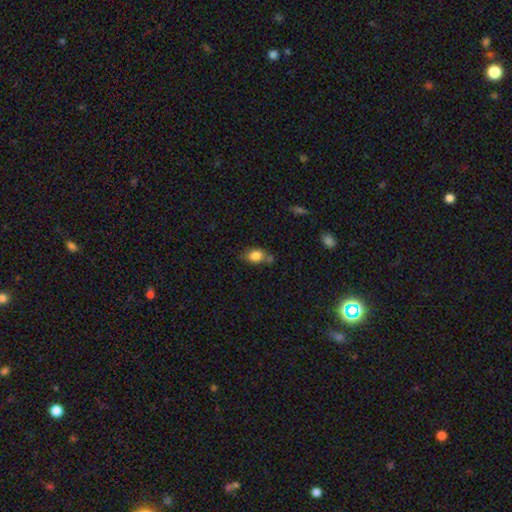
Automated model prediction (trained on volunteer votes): This is clearly a smooth galaxy (83%). How rounded: likely in between (74%). Merging: possibly none (52%).